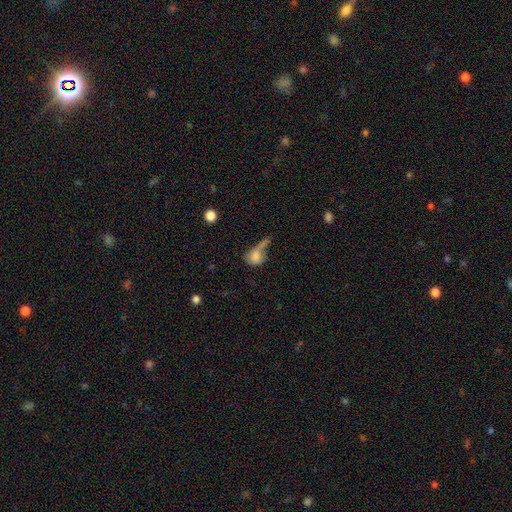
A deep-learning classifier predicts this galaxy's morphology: This appears to be a smooth galaxy with no disk features (69%) that is in between round and cigar-shaped (60%). Merging: major disturbance (34%).